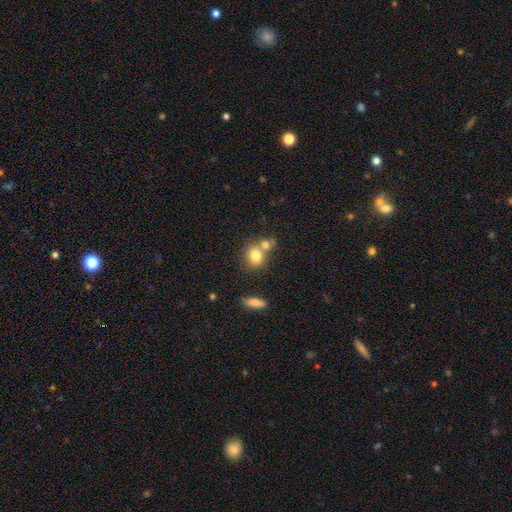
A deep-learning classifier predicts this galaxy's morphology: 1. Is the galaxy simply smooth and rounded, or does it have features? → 78% smooth, 11% featured or disk, 10% star or artifact.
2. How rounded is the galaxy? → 70% round, 29% in between, 1% cigar-shaped.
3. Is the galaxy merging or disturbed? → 49% none, 38% merger, 9% minor disturbance, 3% major disturbance.